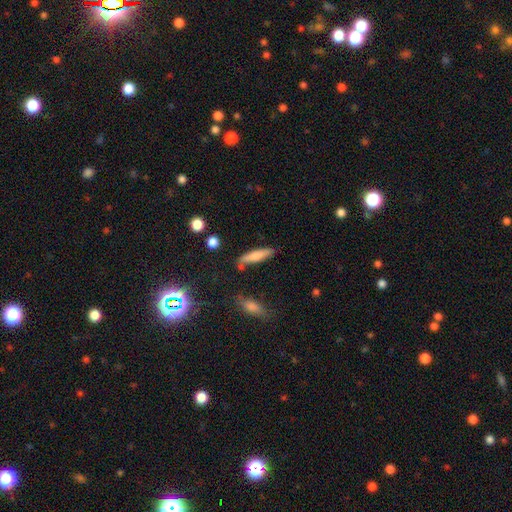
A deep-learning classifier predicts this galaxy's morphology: smooth-or-featured: smooth: 72% | featured or disk: 21% | star or artifact: 7%
  how-rounded: cigar-shaped: 77% | in between: 21% | round: 2%
  merging: none: 73% | minor disturbance: 16% | merger: 6% | major disturbance: 4%